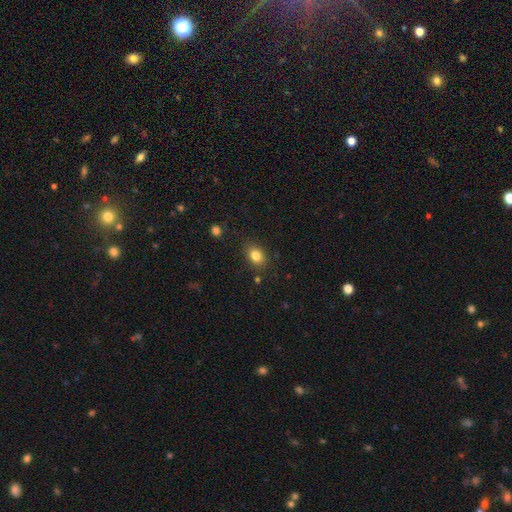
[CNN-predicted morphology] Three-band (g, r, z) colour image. It shows a smooth galaxy with no disk features (84%) that is in between round and cigar-shaped (71%). Merging: none (82%).